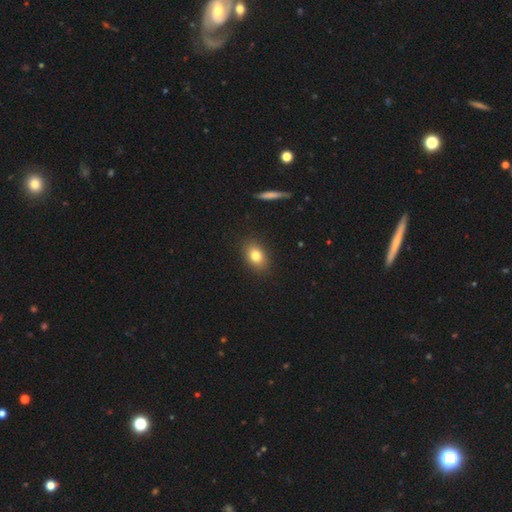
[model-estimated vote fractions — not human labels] The model was most divided on "how rounded": in between: 71%, round: 27%, cigar-shaped: 2%. More confident: merging — none (88%); smooth or featured — smooth (79%).